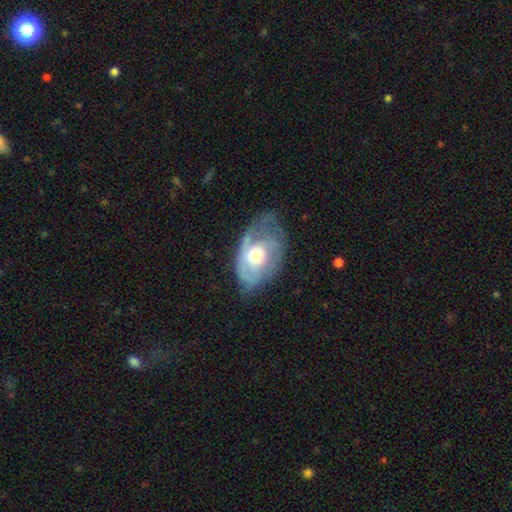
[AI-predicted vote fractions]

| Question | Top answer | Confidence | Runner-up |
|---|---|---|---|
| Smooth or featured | featured or disk | 64% | smooth (29%) |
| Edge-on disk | no | 95% | yes (5%) |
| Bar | no | 77% | weak (19%) |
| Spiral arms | yes | 72% | no (28%) |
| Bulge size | moderate | 69% | small (15%) |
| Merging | none | 39% | minor disturbance (33%) |